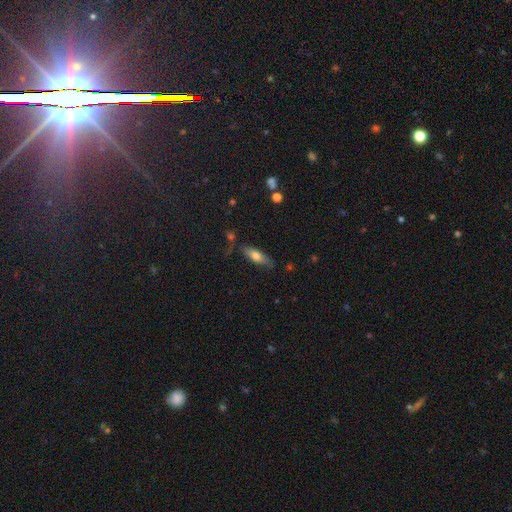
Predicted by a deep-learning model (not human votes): A smooth galaxy with no disk features (66%) that is in between round and cigar-shaped (62%).

Vote fractions:
- Smooth or featured? smooth: 66% / featured or disk: 27% / star or artifact: 7%
- How rounded? in between: 62% / cigar-shaped: 36% / round: 3%
- Merging? none: 70% / minor disturbance: 19% / major disturbance: 6% / merger: 5%